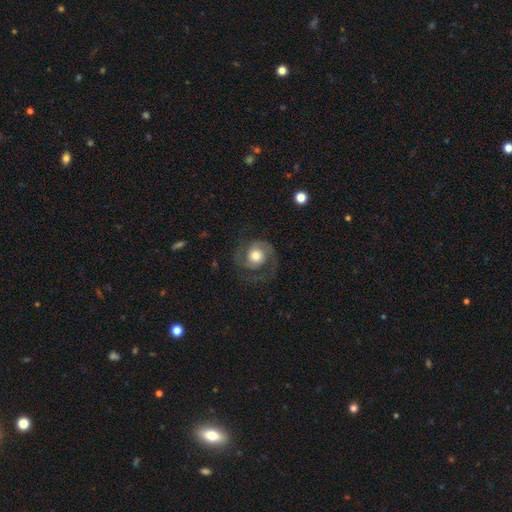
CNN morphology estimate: Smooth or featured? featured or disk (74%)
Edge-on disk? no (98%)
Bar? no (75%)
Spiral arms? yes (94%)
Spiral winding? medium (47%)
Spiral arm count? 2 (81%)
Bulge size? moderate (54%)
Merging? none (68%)